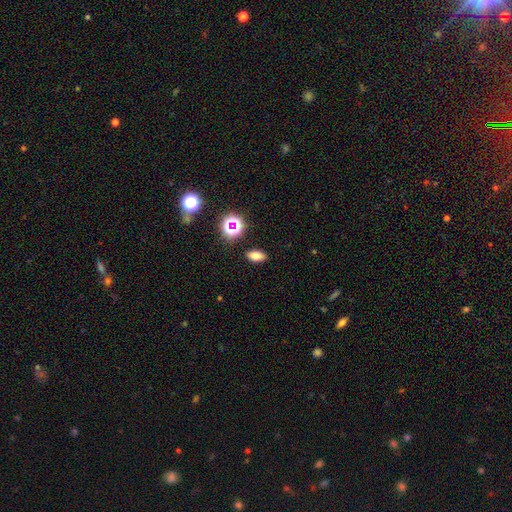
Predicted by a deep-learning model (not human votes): Smooth or featured? Predicted: smooth (p=0.73). How rounded? Predicted: in between (p=0.84). Merging? Predicted: none (p=0.88).